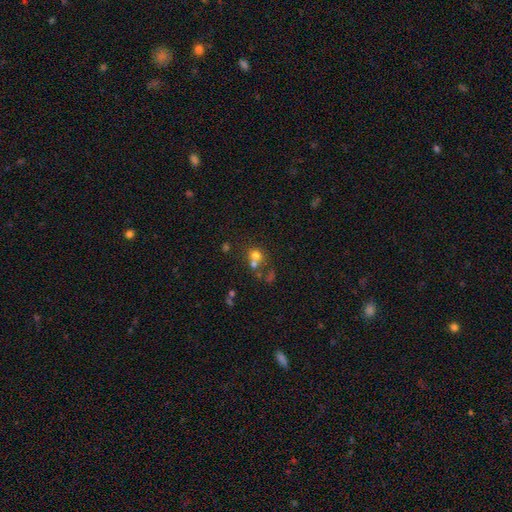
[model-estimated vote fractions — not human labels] Q: Smooth or featured?
A: smooth (66%); runner-up: featured or disk (17%)
Q: How rounded?
A: round (79%); runner-up: in between (20%)
Q: Merging?
A: merger (50%); runner-up: none (37%)